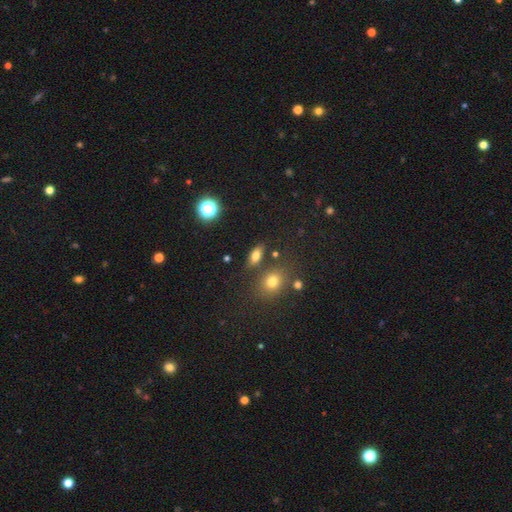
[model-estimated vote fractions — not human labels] Smooth or featured? smooth (71%)
How rounded? in between (78%)
Merging? none (78%)